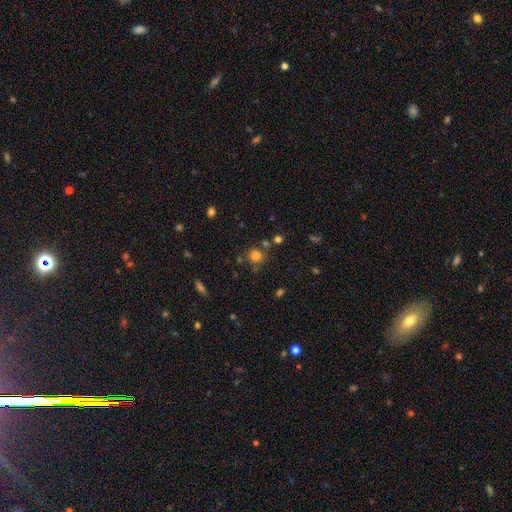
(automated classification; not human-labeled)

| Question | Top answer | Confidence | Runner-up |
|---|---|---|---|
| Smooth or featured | smooth | 77% | star or artifact (16%) |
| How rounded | round | 89% | in between (10%) |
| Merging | none | 72% | merger (12%) |